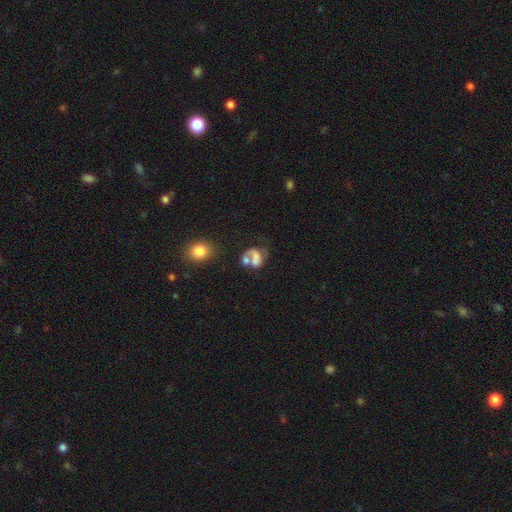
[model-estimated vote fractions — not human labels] Smooth or featured?
  - smooth: 49% *
  - featured or disk: 38%
  - star or artifact: 13%
Merging?
  - merger: 43% *
  - major disturbance: 23%
  - none: 22%
  - minor disturbance: 12%